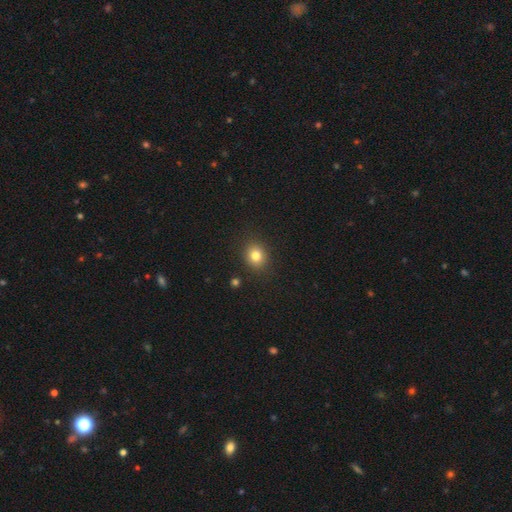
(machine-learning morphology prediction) Smooth or featured?
  - smooth: 81% *
  - star or artifact: 12%
  - featured or disk: 7%
How rounded?
  - round: 71% *
  - in between: 28%
  - cigar-shaped: 1%
Merging?
  - none: 87% *
  - minor disturbance: 9%
  - major disturbance: 3%
  - merger: 2%